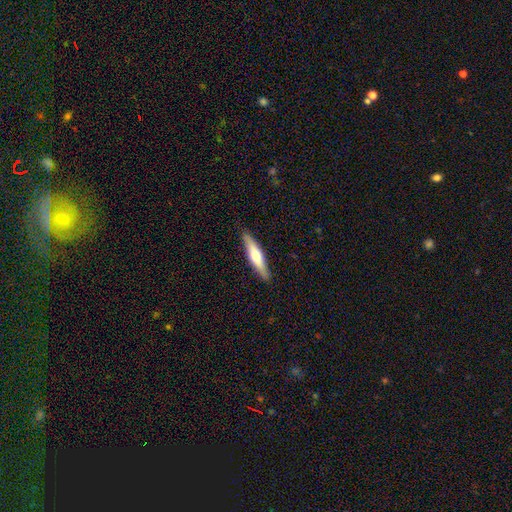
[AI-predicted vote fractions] Morphology: type=smooth (55%); roundness=cigar-shaped (84%); merging=none (88%).